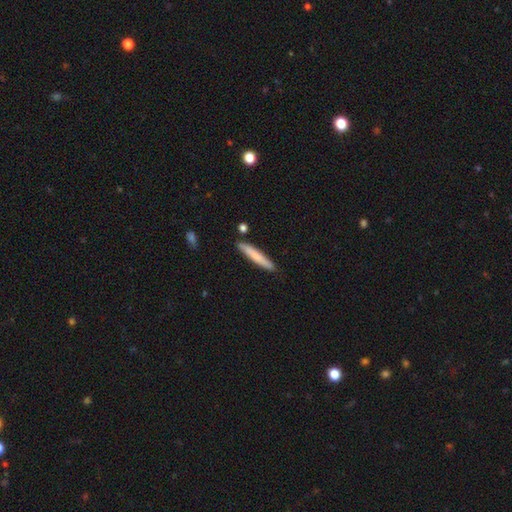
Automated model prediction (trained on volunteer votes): smooth 74%, featured or disk 20%, star or artifact 6%. Down the decision tree: how rounded — cigar-shaped (94%); merging — none (87%).